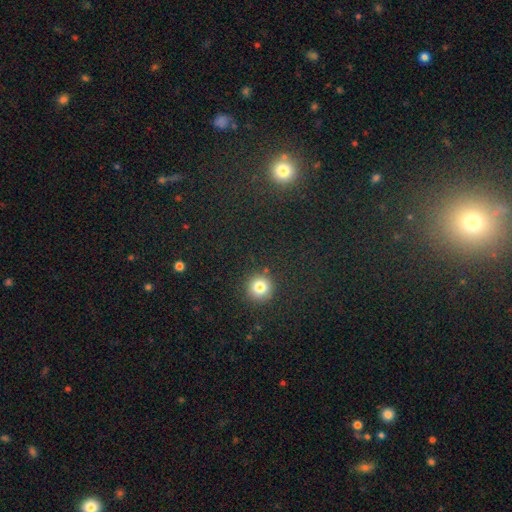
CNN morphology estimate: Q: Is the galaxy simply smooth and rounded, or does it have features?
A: star or artifact — 47%.